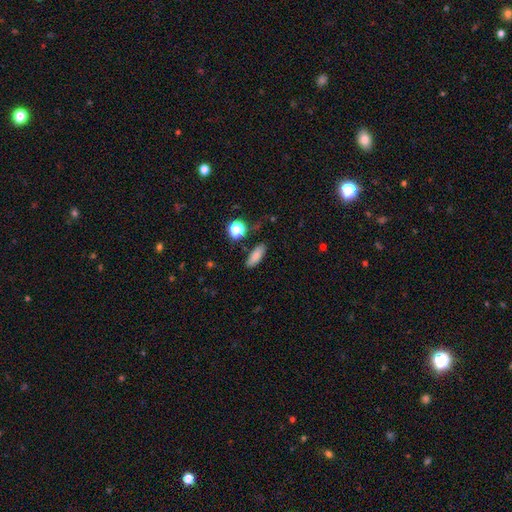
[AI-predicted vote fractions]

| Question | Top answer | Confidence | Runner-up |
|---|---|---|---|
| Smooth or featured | smooth | 81% | star or artifact (10%) |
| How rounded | in between | 65% | cigar-shaped (30%) |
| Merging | none | 83% | minor disturbance (11%) |